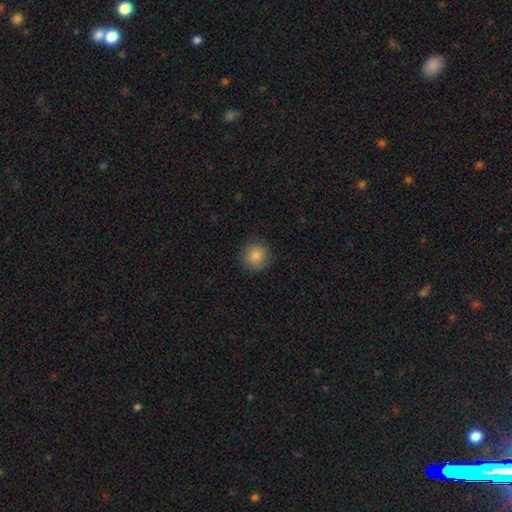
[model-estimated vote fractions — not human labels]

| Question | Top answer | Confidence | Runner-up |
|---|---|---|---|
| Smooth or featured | smooth | 85% | star or artifact (9%) |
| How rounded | round | 89% | in between (10%) |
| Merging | none | 88% | minor disturbance (8%) |